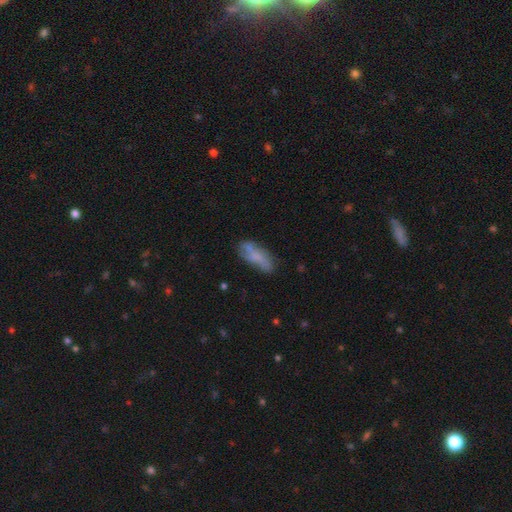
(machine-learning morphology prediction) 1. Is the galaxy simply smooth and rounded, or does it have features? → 60% smooth, 32% featured or disk, 9% star or artifact.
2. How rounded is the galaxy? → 64% in between, 33% cigar-shaped, 2% round.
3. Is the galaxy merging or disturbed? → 54% none, 27% minor disturbance, 13% major disturbance, 6% merger.